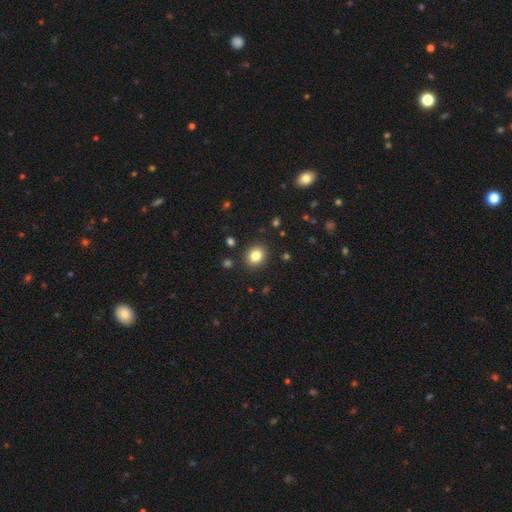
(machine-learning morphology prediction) smooth-or-featured: smooth: 83% | star or artifact: 11% | featured or disk: 6%
  how-rounded: round: 70% | in between: 30% | cigar-shaped: 1%
  merging: none: 89% | minor disturbance: 7% | major disturbance: 2% | merger: 2%